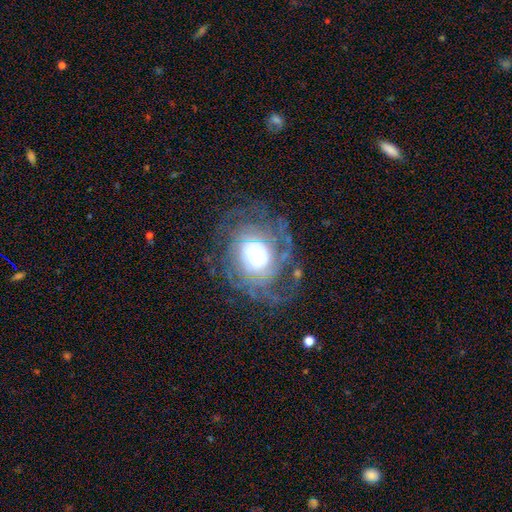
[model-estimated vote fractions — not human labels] Smooth or featured?
  - featured or disk: 80% *
  - smooth: 12%
  - star or artifact: 9%
Edge-on disk?
  - no: 97% *
  - yes: 3%
Bar?
  - no: 65% *
  - weak: 25%
  - strong: 10%
Spiral arms?
  - yes: 88% *
  - no: 12%
Spiral winding?
  - tight: 54% *
  - medium: 30%
  - loose: 16%
Spiral arm count?
  - can't tell: 38% *
  - 2: 20%
  - 3: 13%
  - 4: 10%
  - more than 4: 9%
  - 1: 8%
Bulge size?
  - large: 37% *
  - moderate: 36%
  - small: 16%
  - dominant: 9%
  - none: 2%
Merging?
  - none: 62% *
  - major disturbance: 20%
  - minor disturbance: 16%
  - merger: 2%